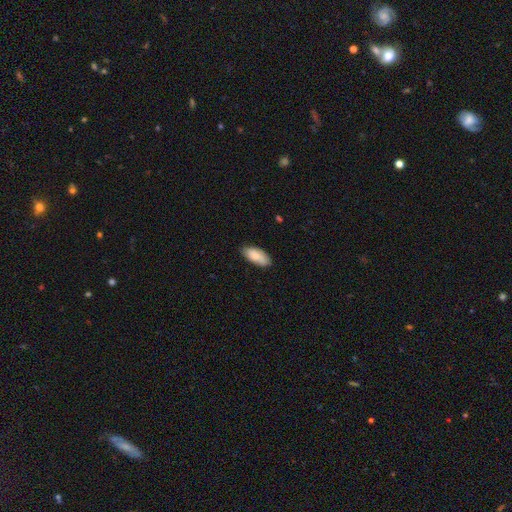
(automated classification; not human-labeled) Overall: smooth (85%). How rounded: in between (86%). Merging: none (79%).